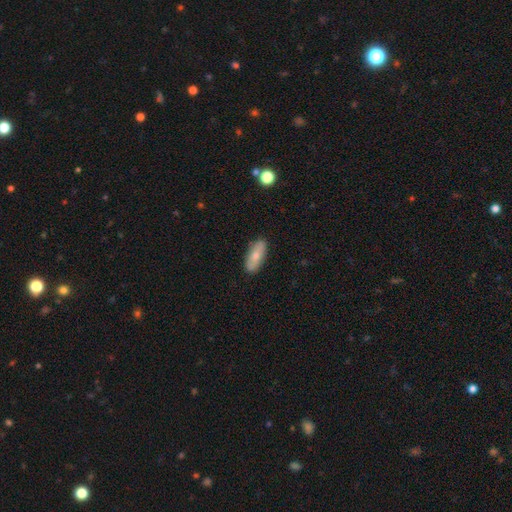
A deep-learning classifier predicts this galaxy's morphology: Overall: smooth (72%). How rounded: in between (77%). Merging: none (86%).